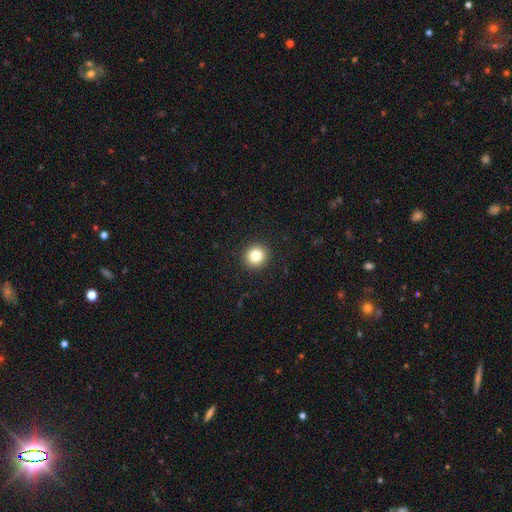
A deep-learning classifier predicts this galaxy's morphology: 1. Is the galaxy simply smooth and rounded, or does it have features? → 83% smooth, 10% star or artifact, 7% featured or disk.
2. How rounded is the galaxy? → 87% round, 12% in between, 1% cigar-shaped.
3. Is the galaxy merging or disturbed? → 92% none, 5% minor disturbance, 2% major disturbance, 1% merger.